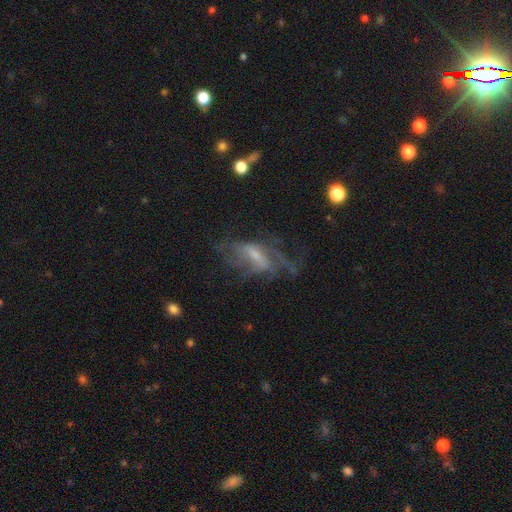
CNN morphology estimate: This is likely a featured or disk galaxy (68%). It is clearly not viewed edge-on (89%). Bar: marginally weak (45%). Spiral arm pattern: likely yes (67%). Central bulge: possibly small (45%). Merging: marginally none (41%).